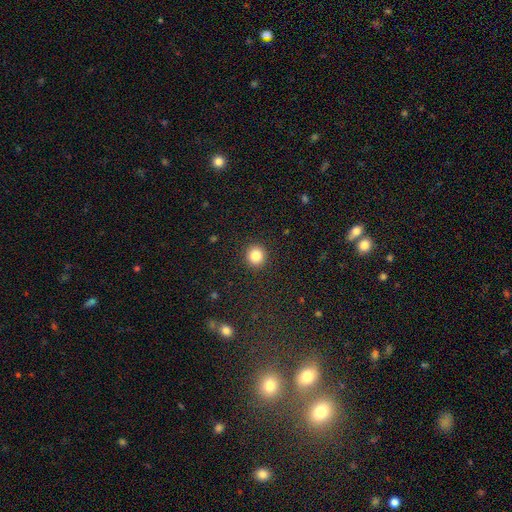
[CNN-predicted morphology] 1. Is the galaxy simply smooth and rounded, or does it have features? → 84% smooth, 10% star or artifact, 6% featured or disk.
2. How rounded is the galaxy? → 92% round, 7% in between, 1% cigar-shaped.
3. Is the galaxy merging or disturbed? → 92% none, 5% minor disturbance, 2% major disturbance, 1% merger.